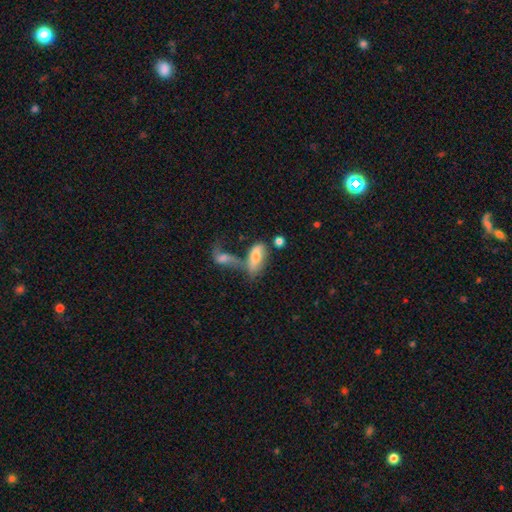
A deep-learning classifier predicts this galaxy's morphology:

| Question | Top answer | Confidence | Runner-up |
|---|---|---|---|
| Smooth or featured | smooth | 67% | featured or disk (24%) |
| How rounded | in between | 83% | cigar-shaped (13%) |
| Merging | merger | 57% | none (20%) |